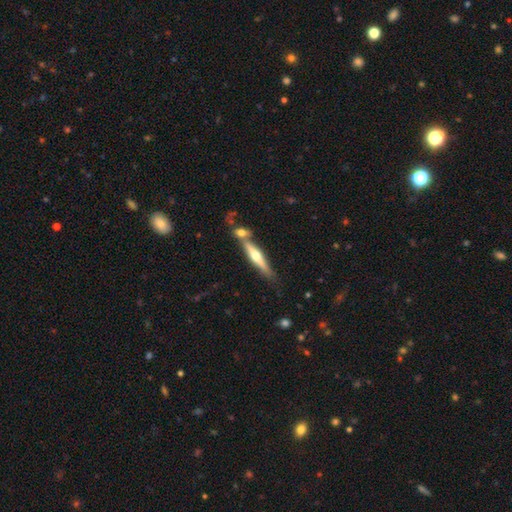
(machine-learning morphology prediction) featured or disk 63%, smooth 31%, star or artifact 6%. Down the decision tree: edge-on disk — yes (96%); edge-on bulge — rounded (90%); merging — none (63%).